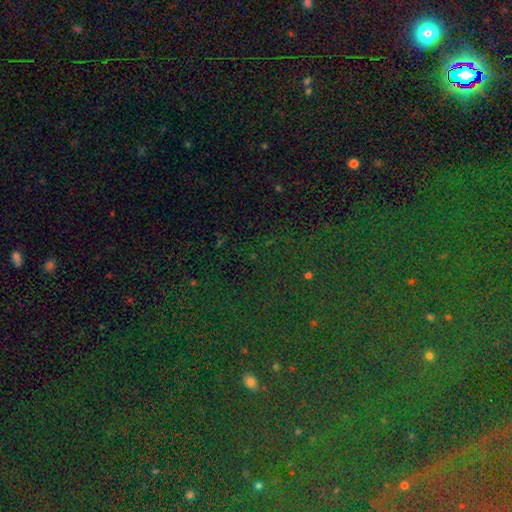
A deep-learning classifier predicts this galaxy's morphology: smooth_or_featured: star or artifact (p=0.81) [alt: smooth p=0.11]